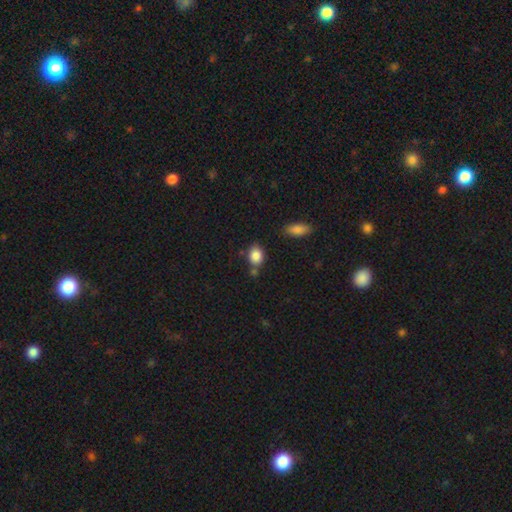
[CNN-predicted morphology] This is clearly a smooth galaxy (86%). How rounded: likely in between (67%). Merging: likely none (67%).